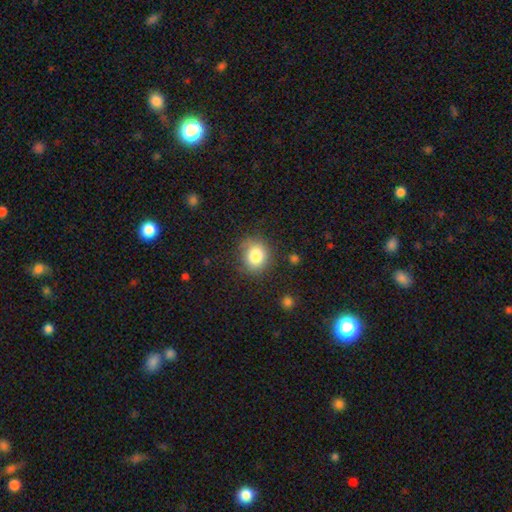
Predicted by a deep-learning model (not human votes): This is clearly a smooth galaxy (82%). How rounded: likely round (76%). Merging: likely none (79%).